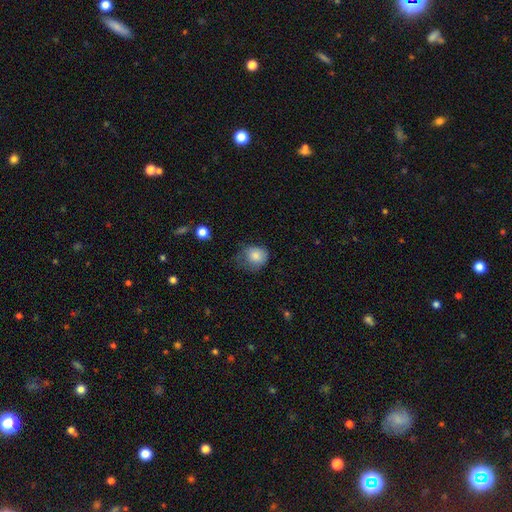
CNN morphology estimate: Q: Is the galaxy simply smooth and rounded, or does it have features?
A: smooth — 81%.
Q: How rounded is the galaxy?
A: round — 71%.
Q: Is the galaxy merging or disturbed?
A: none — 42%.